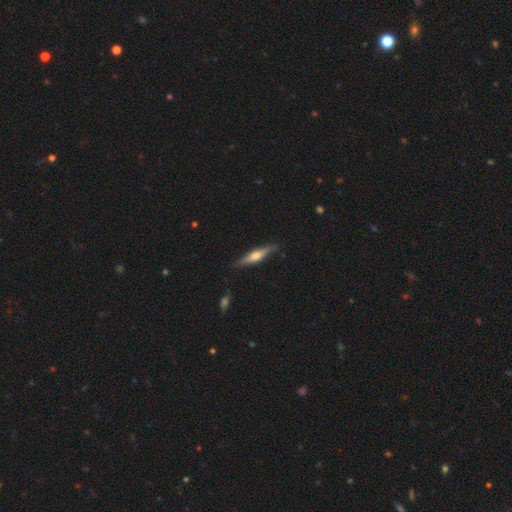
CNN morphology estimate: Smooth or featured? featured or disk (57%)
Edge-on disk? yes (95%)
Edge-on bulge? rounded (88%)
Merging? none (85%)